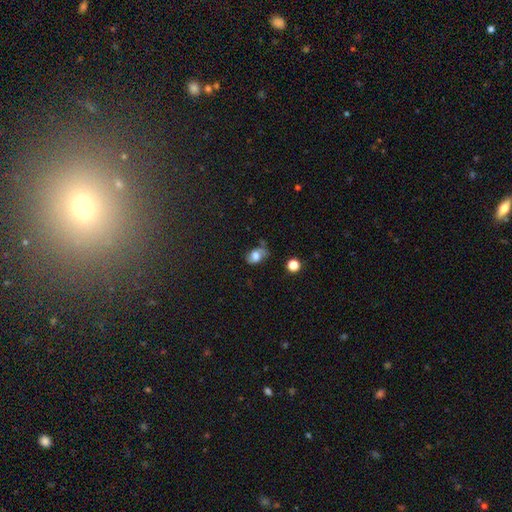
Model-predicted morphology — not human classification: Q: Smooth or featured?
A: smooth (62%); runner-up: featured or disk (26%)
Q: How rounded?
A: in between (78%); runner-up: round (20%)
Q: Merging?
A: none (42%); runner-up: minor disturbance (34%)